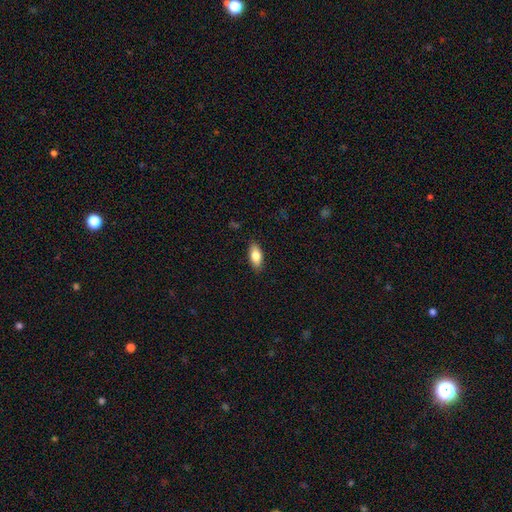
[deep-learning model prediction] This appears to be a smooth galaxy with no disk features (80%) that is in between round and cigar-shaped (87%). Merging: none (87%).